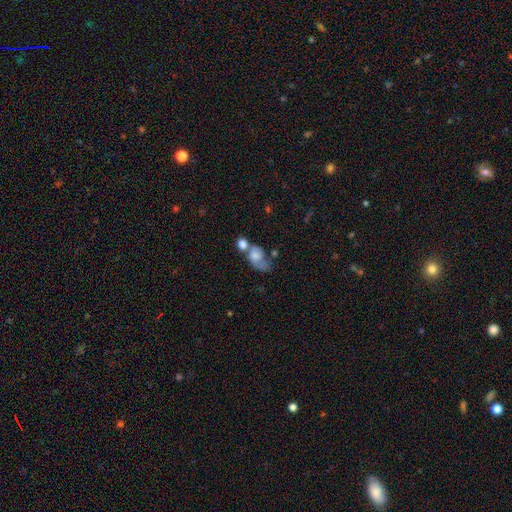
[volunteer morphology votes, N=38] Smooth or featured? smooth (61%)
How rounded? in between (65%)
Merging? merger (49%)